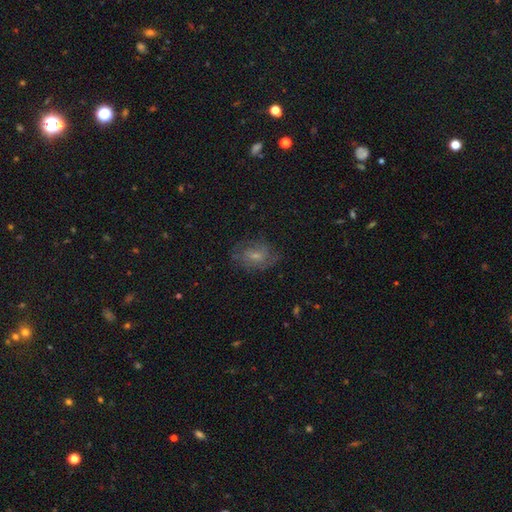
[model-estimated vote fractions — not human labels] Smooth or featured: featured or disk — 51% (smooth — 37%)
Edge-on disk: no — 95% (yes — 5%)
Merging: none — 69% (minor disturbance — 20%)